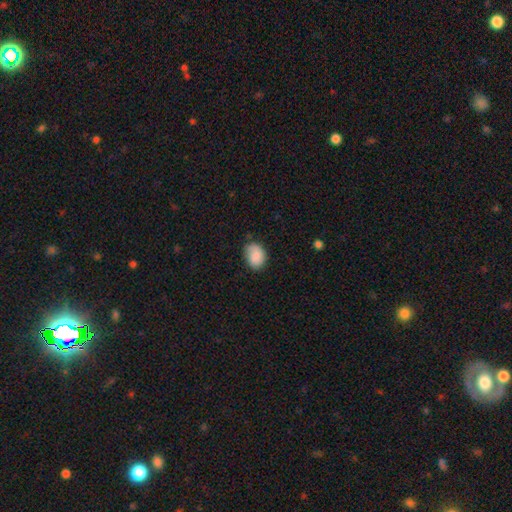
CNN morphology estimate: smooth_or_featured: smooth (p=0.84) [alt: featured or disk p=0.09]
how_rounded: in between (p=0.69) [alt: round p=0.30]
merging: none (p=0.64) [alt: minor disturbance p=0.28]